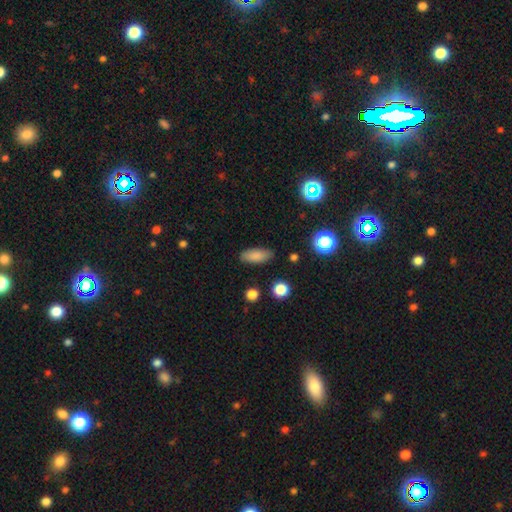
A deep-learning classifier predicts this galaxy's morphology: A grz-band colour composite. It shows a smooth galaxy with no disk features (84%) that is in between round and cigar-shaped (80%). Merging: none (86%).